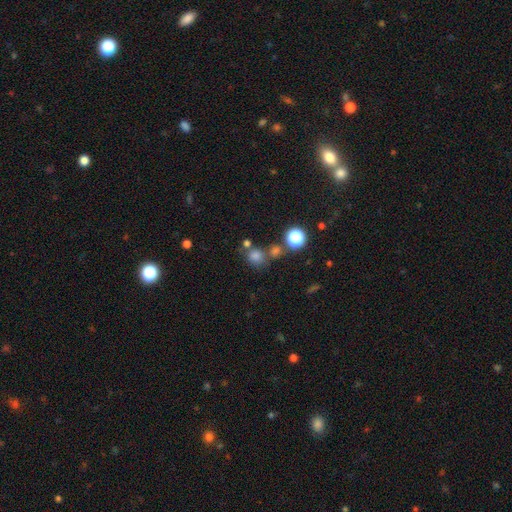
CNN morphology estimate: smooth_or_featured: smooth (p=0.73) [alt: star or artifact p=0.20]
how_rounded: round (p=0.85) [alt: in between p=0.14]
merging: none (p=0.63) [alt: merger p=0.22]